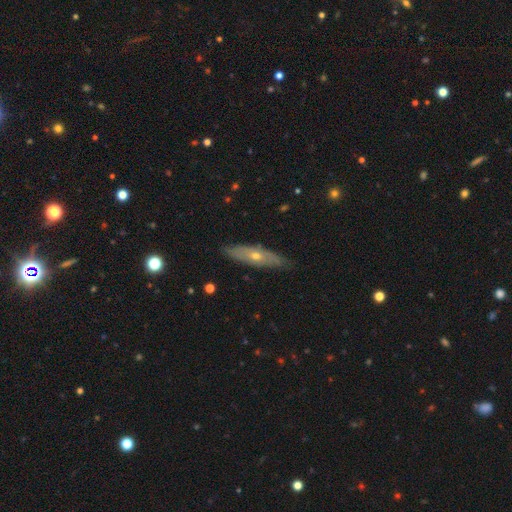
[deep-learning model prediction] smooth-or-featured: featured or disk: 59% | smooth: 35% | star or artifact: 7%
  disk-edge-on: yes: 56% | no: 44%
  merging: none: 81% | minor disturbance: 15% | major disturbance: 3% | merger: 1%